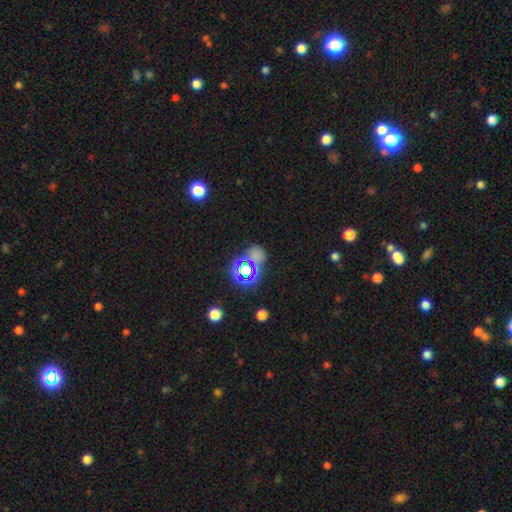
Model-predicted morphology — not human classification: Overall: star or artifact (46%; smooth 44%).